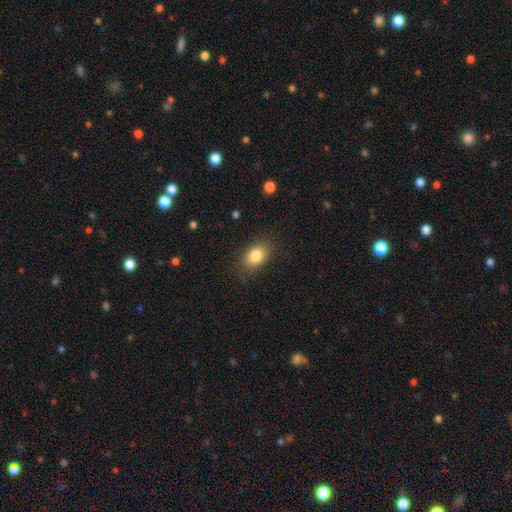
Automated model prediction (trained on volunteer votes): Smooth or featured? Predicted: smooth (p=0.83). How rounded? Predicted: in between (p=0.77). Merging? Predicted: none (p=0.84).